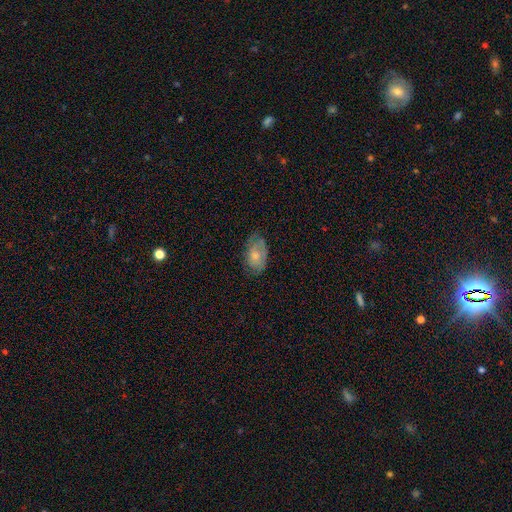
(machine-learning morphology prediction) Q: Smooth or featured?
A: smooth (59%); runner-up: featured or disk (34%)
Q: How rounded?
A: in between (90%); runner-up: round (8%)
Q: Merging?
A: none (62%); runner-up: minor disturbance (28%)